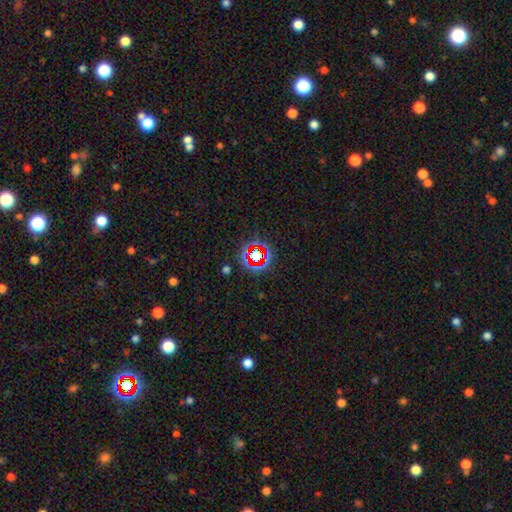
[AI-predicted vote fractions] smooth_or_featured: star or artifact (p=0.69) [alt: smooth p=0.19]